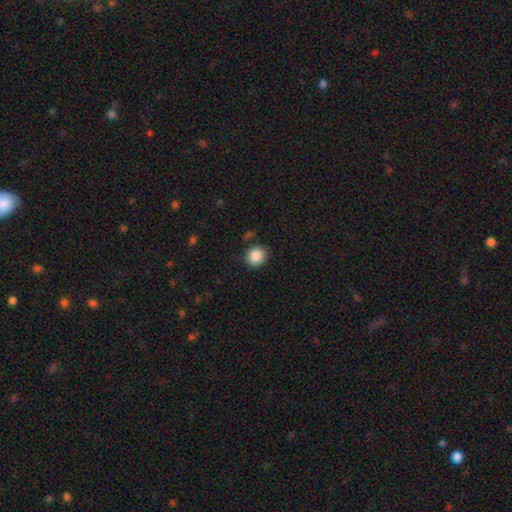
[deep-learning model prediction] This appears to be a smooth galaxy with no disk features (88%) that is round (83%). Merging: none (85%).